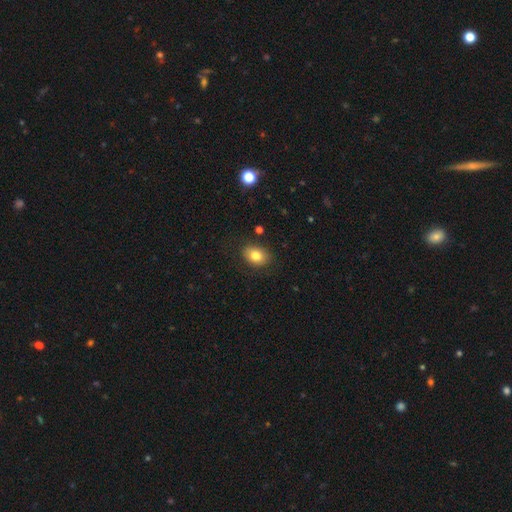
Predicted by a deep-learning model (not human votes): A smooth galaxy with no disk features (81%) that is in between round and cigar-shaped (73%).

Vote fractions:
- Smooth or featured? smooth: 81% / featured or disk: 9% / star or artifact: 9%
- How rounded? in between: 73% / round: 26% / cigar-shaped: 1%
- Merging? none: 85% / minor disturbance: 11% / major disturbance: 3% / merger: 1%